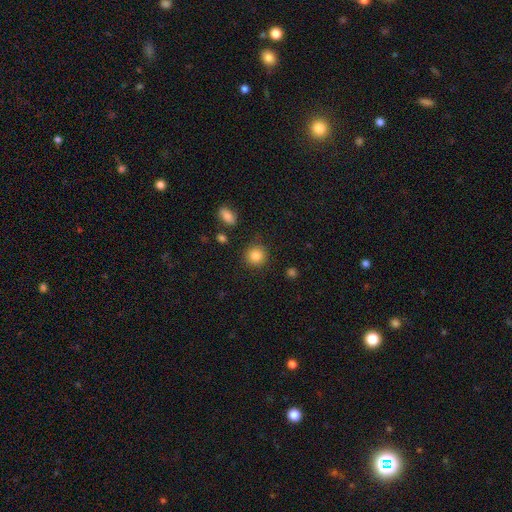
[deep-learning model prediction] Smooth or featured? Predicted: smooth (p=0.85). How rounded? Predicted: round (p=0.91). Merging? Predicted: none (p=0.87).